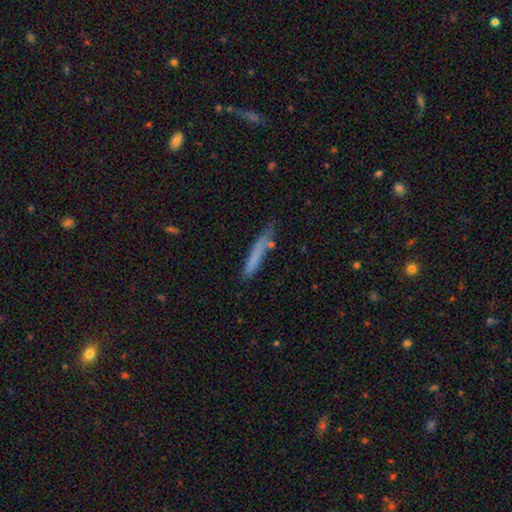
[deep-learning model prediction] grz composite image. It shows a smooth galaxy with no disk features (72%) that is cigar-shaped (95%). Merging: none (74%).